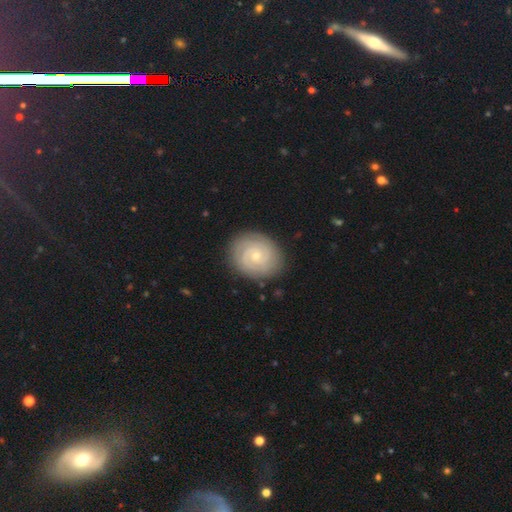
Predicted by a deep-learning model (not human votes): smooth_or_featured: featured or disk (p=0.82) [alt: smooth p=0.12]
disk_edge_on: no (p=0.98) [alt: yes p=0.02]
bar: no (p=0.73) [alt: weak p=0.23]
has_spiral_arms: yes (p=0.96) [alt: no p=0.04]
spiral_winding: tight (p=0.80) [alt: medium p=0.17]
spiral_arm_count: 2 (p=0.52) [alt: 3 p=0.18]
bulge_size: small (p=0.74) [alt: moderate p=0.23]
merging: none (p=0.86) [alt: minor disturbance p=0.10]